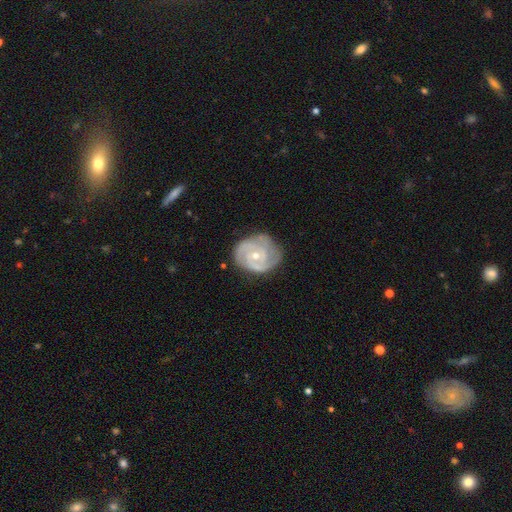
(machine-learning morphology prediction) Q: Smooth or featured?
A: featured or disk (87%); runner-up: smooth (8%)
Q: Edge-on disk?
A: no (98%); runner-up: yes (2%)
Q: Bar?
A: no (64%); runner-up: weak (29%)
Q: Spiral arms?
A: yes (97%); runner-up: no (3%)
Q: Spiral winding?
A: tight (61%); runner-up: medium (33%)
Q: Spiral arm count?
A: 2 (46%); runner-up: 3 (31%)
Q: Bulge size?
A: small (54%); runner-up: moderate (44%)
Q: Merging?
A: none (70%); runner-up: minor disturbance (22%)